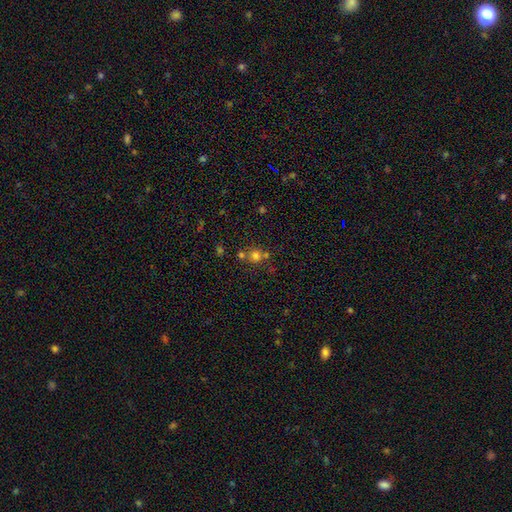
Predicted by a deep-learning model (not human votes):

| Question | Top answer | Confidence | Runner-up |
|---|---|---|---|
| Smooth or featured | smooth | 69% | star or artifact (20%) |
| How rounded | round | 88% | in between (11%) |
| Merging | none | 58% | merger (29%) |